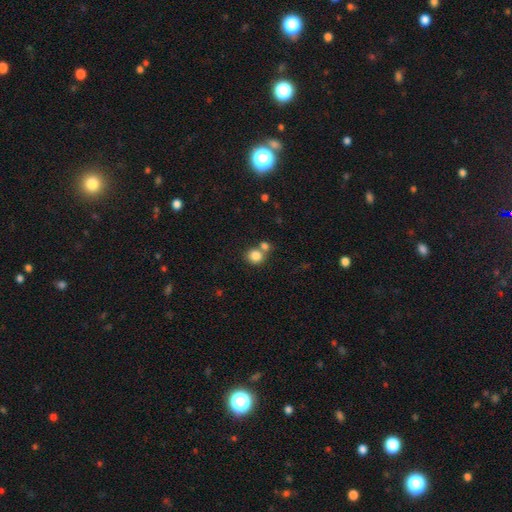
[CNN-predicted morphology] The model was most divided on "merging": none: 54%, merger: 35%, minor disturbance: 8%, major disturbance: 3%. More confident: how rounded — round (84%); smooth or featured — smooth (83%).